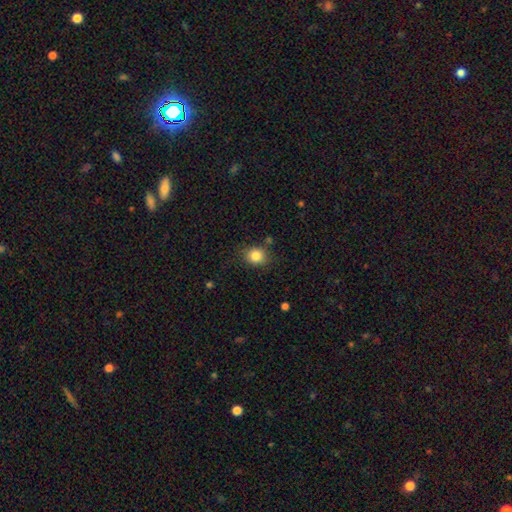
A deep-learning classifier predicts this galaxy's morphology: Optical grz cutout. It shows a smooth galaxy with no disk features (84%) that is round (72%). Merging: none (81%).